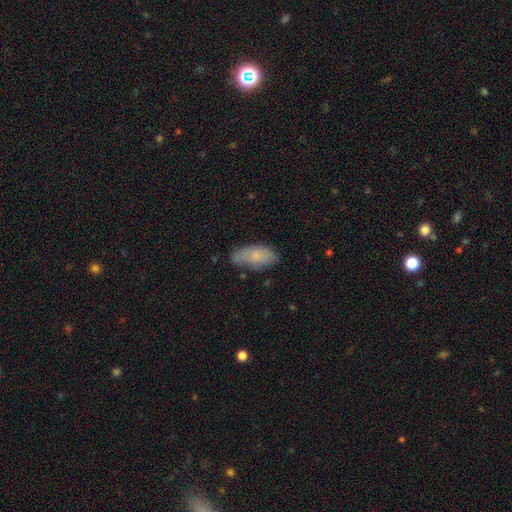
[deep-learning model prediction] Smooth or featured? smooth (79%)
How rounded? in between (87%)
Merging? none (67%)